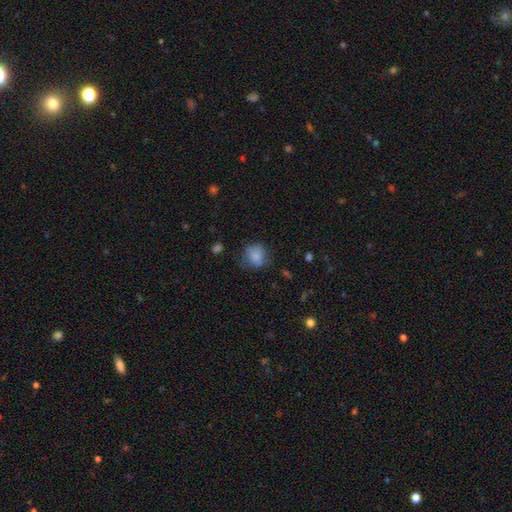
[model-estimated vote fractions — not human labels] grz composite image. It shows a smooth galaxy with no disk features (77%) that is round (62%). Merging: none (61%).